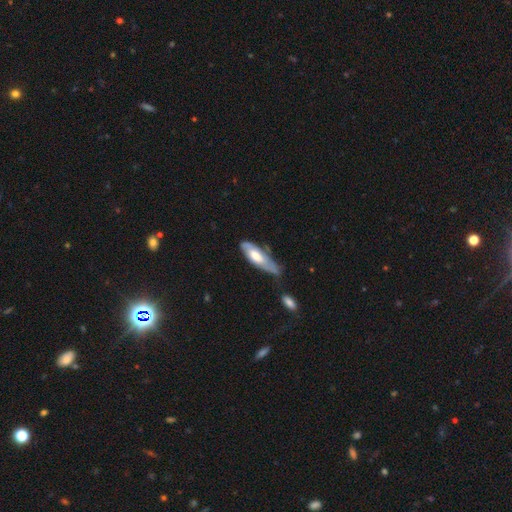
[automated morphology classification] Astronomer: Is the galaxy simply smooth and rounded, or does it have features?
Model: smooth — 47%, tied with featured or disk at 47%.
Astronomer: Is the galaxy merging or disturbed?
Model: minor disturbance — 37% (runner-up: none, 36%).